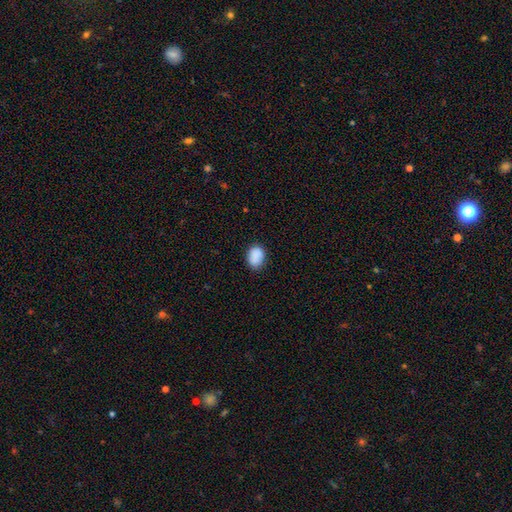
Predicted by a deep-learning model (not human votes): Smooth or featured? smooth (88%)
How rounded? in between (75%)
Merging? none (80%)